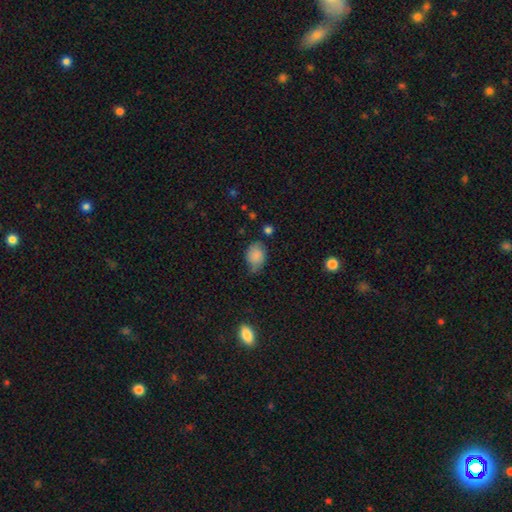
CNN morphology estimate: Smooth or featured? smooth (82%)
How rounded? in between (71%)
Merging? none (52%)